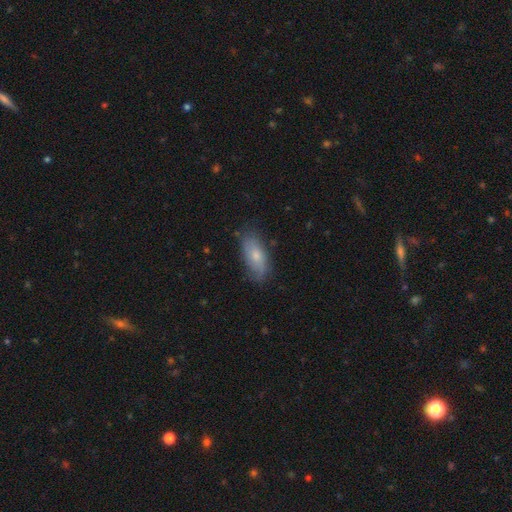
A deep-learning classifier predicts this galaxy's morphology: A smooth galaxy with no disk features (65%) that is in between round and cigar-shaped (84%). Merging: none (71%).